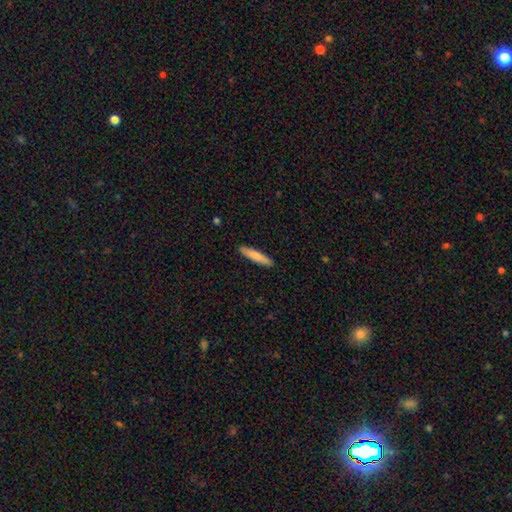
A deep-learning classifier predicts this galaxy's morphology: smooth 80%, featured or disk 15%, star or artifact 5%. Down the decision tree: how rounded — cigar-shaped (88%); merging — none (91%).